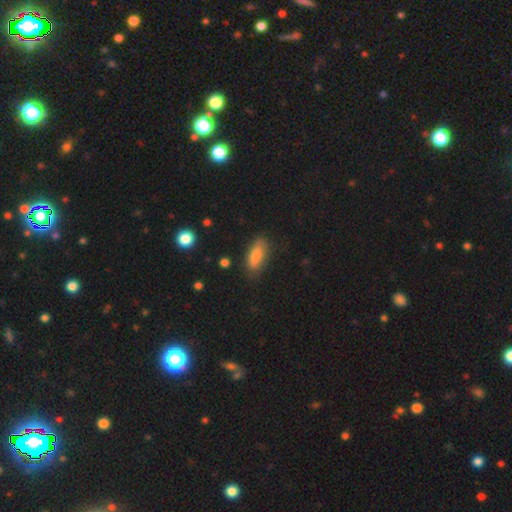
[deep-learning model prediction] Smooth or featured? smooth (78%)
How rounded? in between (76%)
Merging? none (79%)